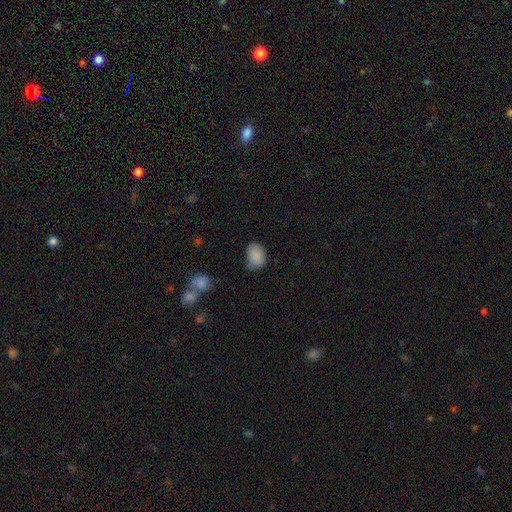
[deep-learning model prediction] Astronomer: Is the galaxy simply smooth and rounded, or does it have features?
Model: smooth — 86%.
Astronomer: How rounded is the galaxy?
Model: in between — 68%.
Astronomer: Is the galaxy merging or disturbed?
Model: none — 61%.